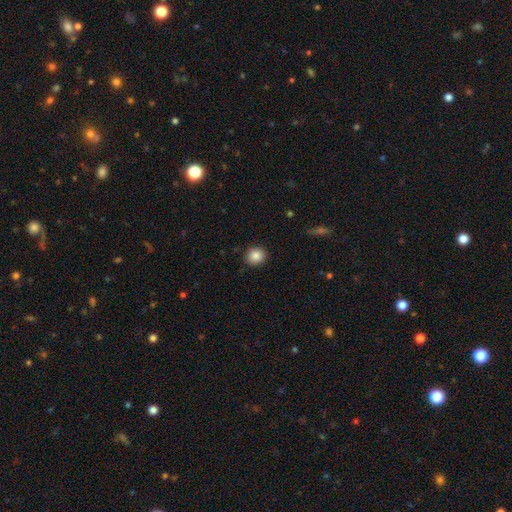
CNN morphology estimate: smooth_or_featured: smooth (p=0.86) [alt: star or artifact p=0.09]
how_rounded: round (p=0.82) [alt: in between p=0.17]
merging: none (p=0.90) [alt: minor disturbance p=0.07]